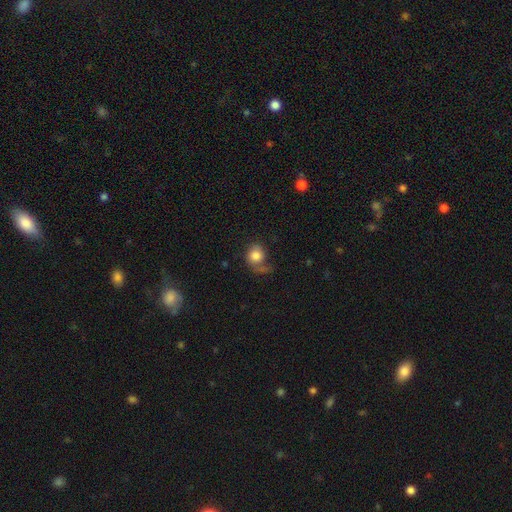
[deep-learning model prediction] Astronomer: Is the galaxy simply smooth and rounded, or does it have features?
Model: smooth — 72%.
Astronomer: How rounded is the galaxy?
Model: round — 74%.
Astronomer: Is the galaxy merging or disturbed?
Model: none — 40% (runner-up: major disturbance, 29%).